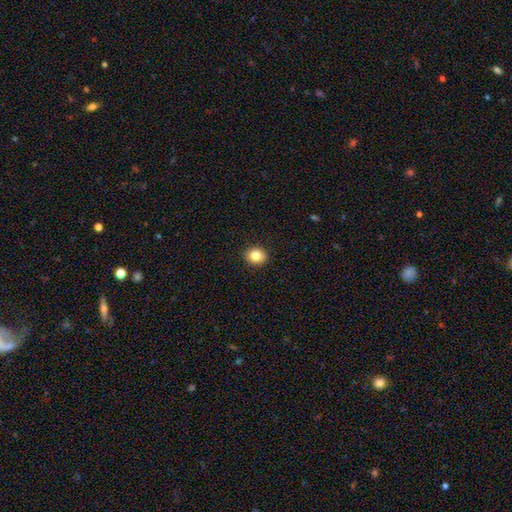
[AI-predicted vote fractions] smooth 84%, star or artifact 10%, featured or disk 7%. Down the decision tree: how rounded — round (73%); merging — none (92%).